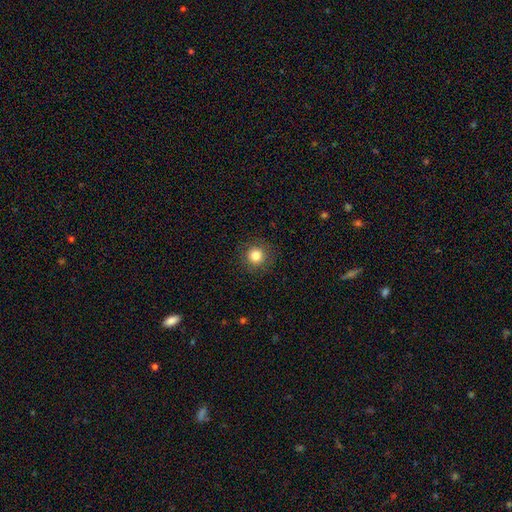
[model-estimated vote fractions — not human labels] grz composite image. It shows a smooth galaxy with no disk features (82%) that is round (95%). Merging: none (90%).